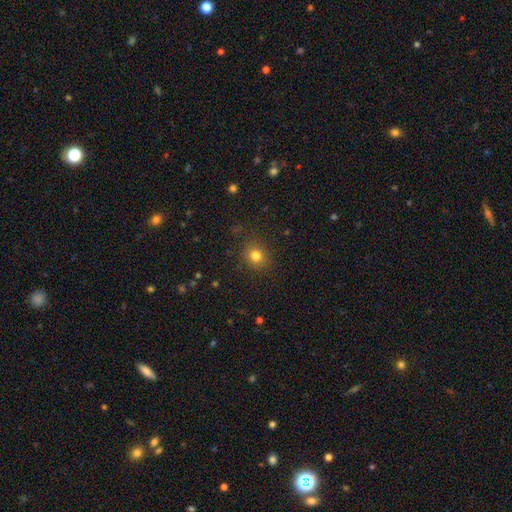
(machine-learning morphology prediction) smooth-or-featured: smooth: 81% | star or artifact: 13% | featured or disk: 6%
  how-rounded: round: 84% | in between: 16% | cigar-shaped: 1%
  merging: none: 87% | minor disturbance: 9% | major disturbance: 3% | merger: 1%